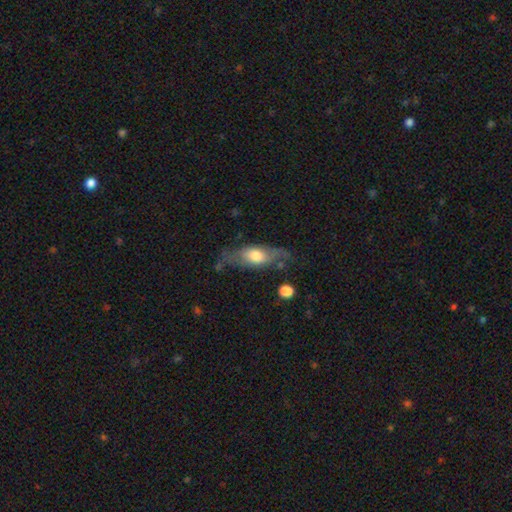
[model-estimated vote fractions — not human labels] Smooth or featured? Predicted: smooth (p=0.52). How rounded? Predicted: in between (p=0.68). Merging? Predicted: none (p=0.60).